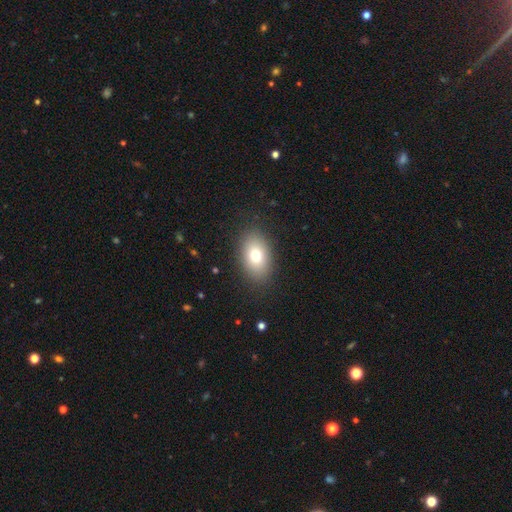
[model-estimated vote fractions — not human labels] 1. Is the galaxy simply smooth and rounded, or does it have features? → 75% smooth, 15% featured or disk, 11% star or artifact.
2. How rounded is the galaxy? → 84% in between, 15% round, 1% cigar-shaped.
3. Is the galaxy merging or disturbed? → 87% none, 9% minor disturbance, 3% major disturbance, 1% merger.